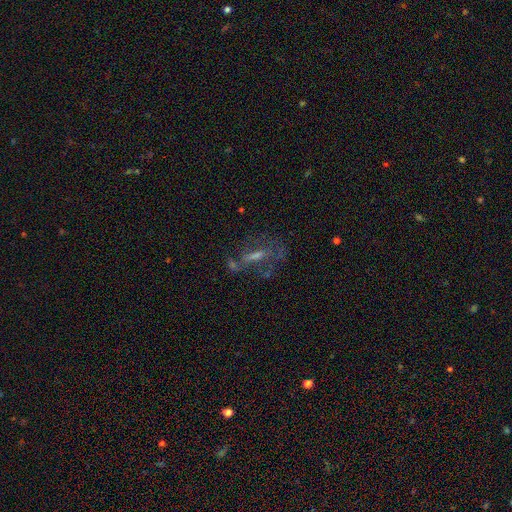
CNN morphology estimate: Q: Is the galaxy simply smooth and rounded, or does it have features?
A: featured or disk — 54%.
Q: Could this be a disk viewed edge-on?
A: no — 81%.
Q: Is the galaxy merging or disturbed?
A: none — 46%.